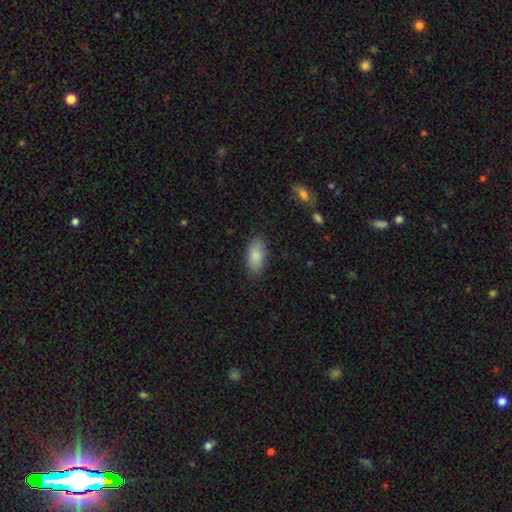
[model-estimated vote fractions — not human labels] smooth 87%, featured or disk 7%, star or artifact 6%. Down the decision tree: how rounded — in between (91%); merging — none (84%).